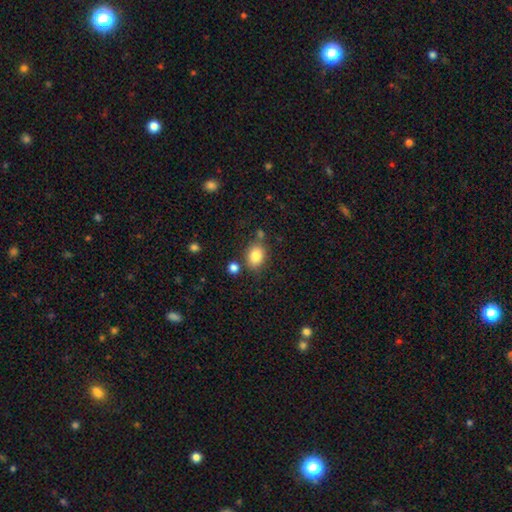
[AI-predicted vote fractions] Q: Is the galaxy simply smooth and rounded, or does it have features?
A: smooth — 85%.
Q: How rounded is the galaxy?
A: in between — 71%.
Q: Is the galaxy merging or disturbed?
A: none — 72%.